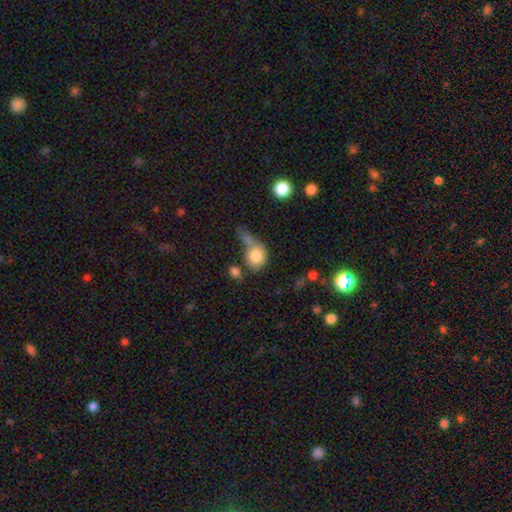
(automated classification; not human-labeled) Smooth or featured?
  - smooth: 80% *
  - featured or disk: 12%
  - star or artifact: 8%
How rounded?
  - round: 58% *
  - in between: 40%
  - cigar-shaped: 2%
Merging?
  - merger: 36% *
  - none: 27%
  - major disturbance: 20%
  - minor disturbance: 18%